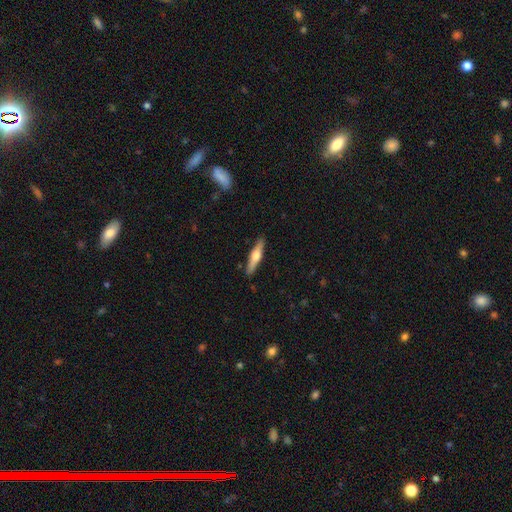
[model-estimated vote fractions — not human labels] This is possibly a featured or disk galaxy (59%). It is clearly viewed edge-on (96%). Edge-on bulge: clearly rounded (92%). Merging: clearly none (90%).